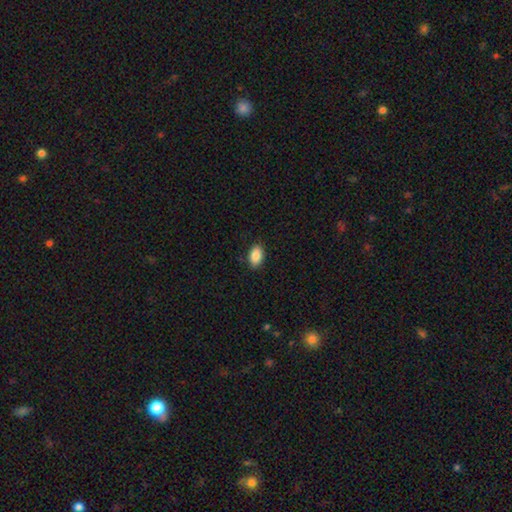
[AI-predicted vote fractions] Smooth or featured?
  - smooth: 87% *
  - star or artifact: 7%
  - featured or disk: 6%
How rounded?
  - in between: 91% *
  - round: 7%
  - cigar-shaped: 2%
Merging?
  - none: 87% *
  - minor disturbance: 10%
  - major disturbance: 2%
  - merger: 1%